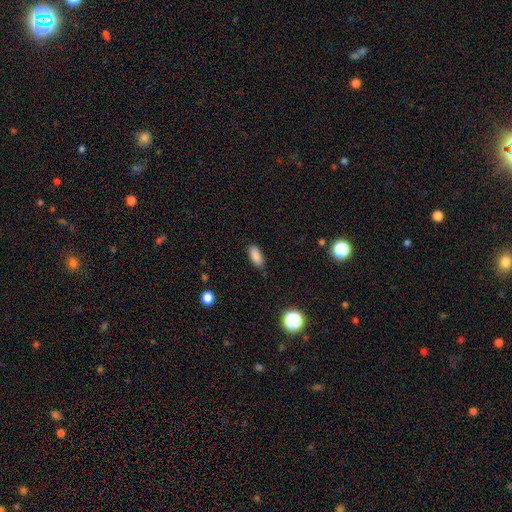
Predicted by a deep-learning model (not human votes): Smooth or featured?
  - smooth: 86% *
  - star or artifact: 9%
  - featured or disk: 5%
How rounded?
  - in between: 83% *
  - cigar-shaped: 14%
  - round: 3%
Merging?
  - none: 82% *
  - minor disturbance: 14%
  - major disturbance: 3%
  - merger: 1%